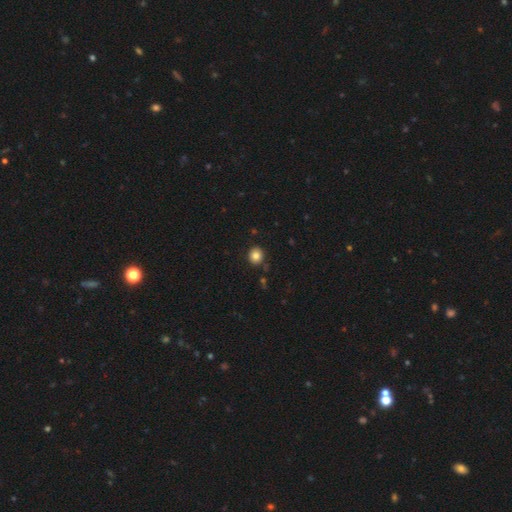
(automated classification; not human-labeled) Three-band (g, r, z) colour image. It shows a smooth galaxy with no disk features (83%) that is round (86%). Merging: none (87%).